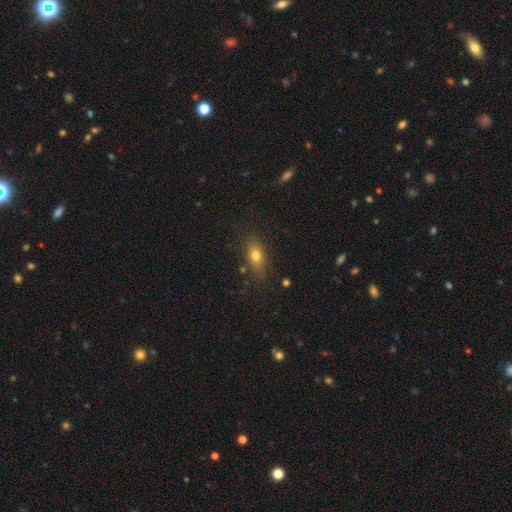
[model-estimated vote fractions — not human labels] Smooth or featured? Predicted: smooth (p=0.70). How rounded? Predicted: in between (p=0.71). Merging? Predicted: none (p=0.79).